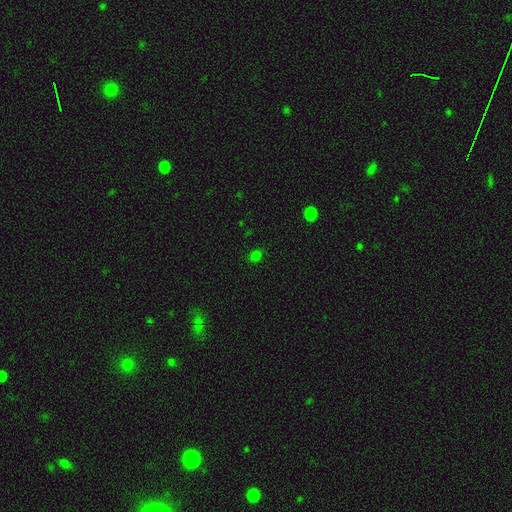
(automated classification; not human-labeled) Morphology: type=smooth (73%); roundness=round (66%); merging=none (86%).